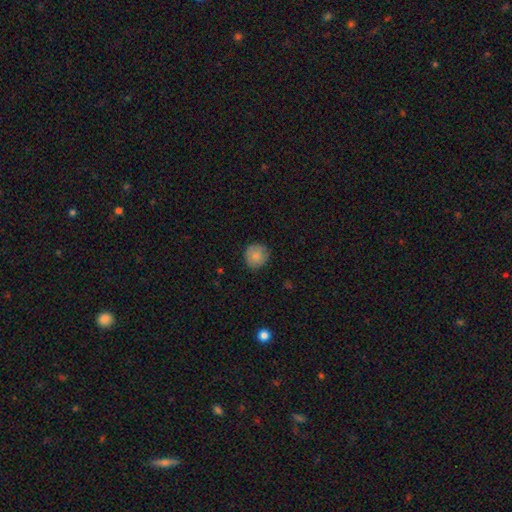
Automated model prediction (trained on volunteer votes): Smooth or featured?
  - smooth: 84% *
  - featured or disk: 8%
  - star or artifact: 8%
How rounded?
  - round: 92% *
  - in between: 7%
  - cigar-shaped: 1%
Merging?
  - none: 83% *
  - minor disturbance: 14%
  - major disturbance: 3%
  - merger: 1%